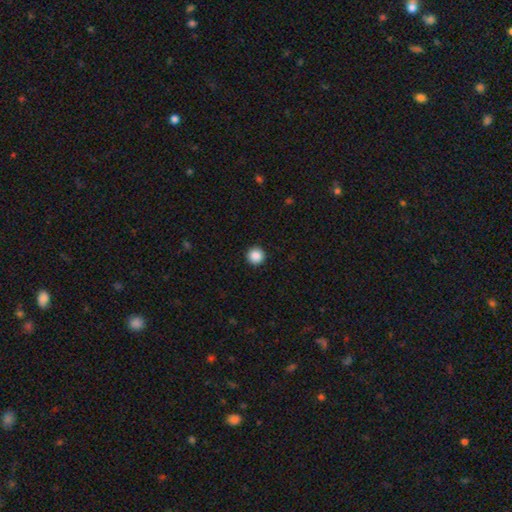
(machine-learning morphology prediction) Overall: smooth (88%). How rounded: round (96%). Merging: none (93%).